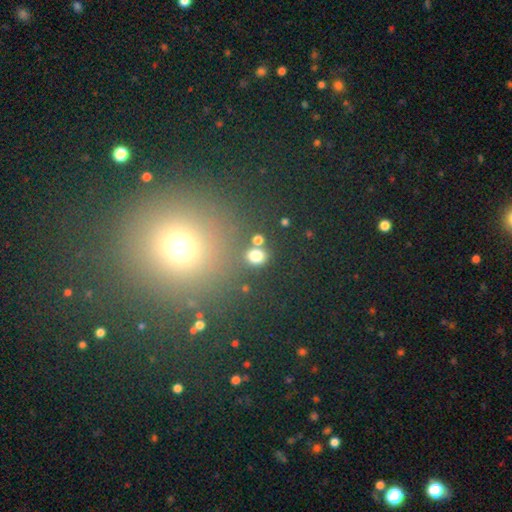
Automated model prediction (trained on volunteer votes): A smooth galaxy with no disk features (79%) that is round (70%).

Vote fractions:
- Smooth or featured? smooth: 79% / star or artifact: 16% / featured or disk: 5%
- How rounded? round: 70% / in between: 29% / cigar-shaped: 1%
- Merging? none: 80% / minor disturbance: 9% / merger: 8% / major disturbance: 4%